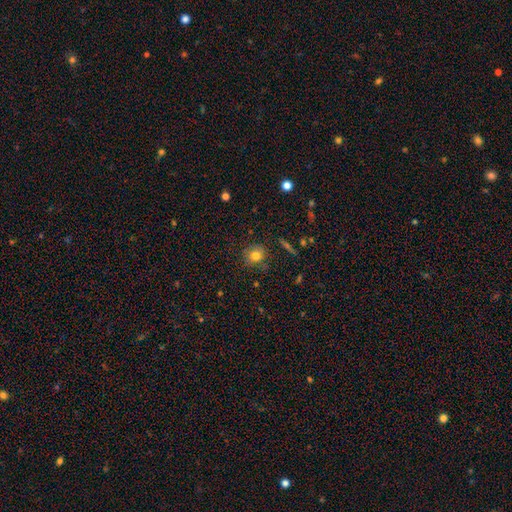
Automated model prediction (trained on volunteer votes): This is likely a smooth galaxy (79%). How rounded: clearly round (84%). Merging: clearly none (81%).